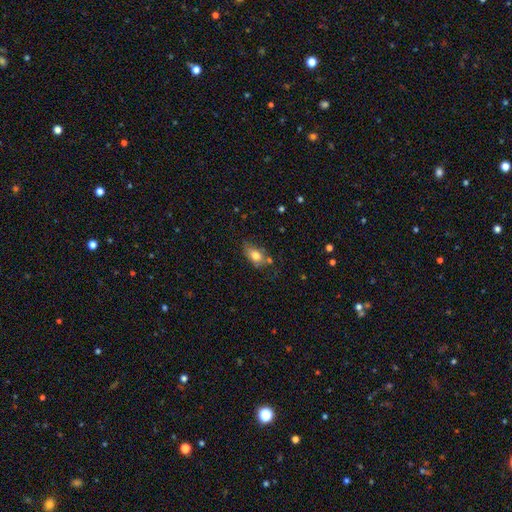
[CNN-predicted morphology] A smooth galaxy with no disk features (77%) that is in between round and cigar-shaped (84%).

Vote fractions:
- Smooth or featured? smooth: 77% / featured or disk: 15% / star or artifact: 8%
- How rounded? in between: 84% / round: 14% / cigar-shaped: 2%
- Merging? none: 57% / minor disturbance: 27% / merger: 9% / major disturbance: 8%